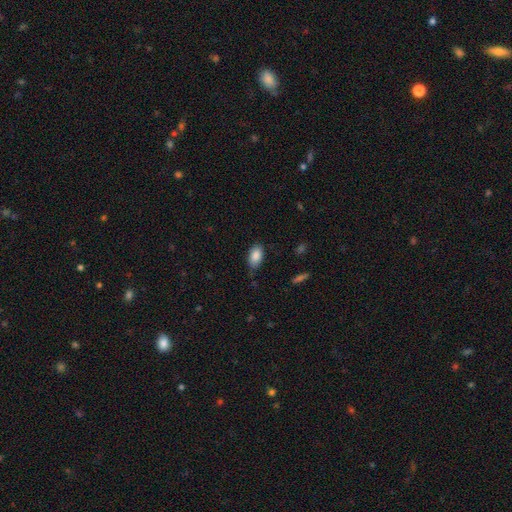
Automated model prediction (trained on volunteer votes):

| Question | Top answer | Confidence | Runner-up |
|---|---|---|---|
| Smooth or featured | smooth | 87% | star or artifact (7%) |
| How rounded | in between | 93% | round (5%) |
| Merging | none | 73% | minor disturbance (21%) |